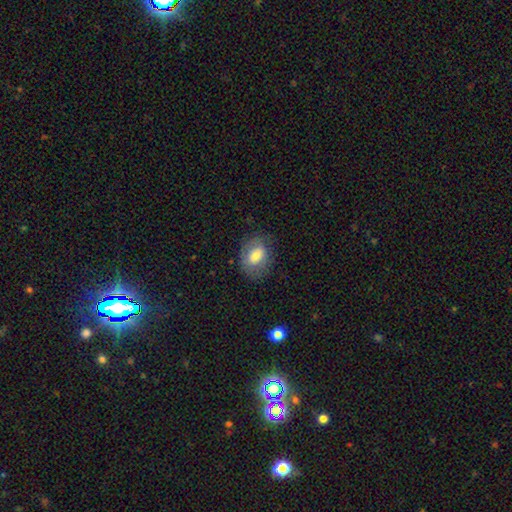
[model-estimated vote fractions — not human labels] smooth_or_featured: smooth (p=0.70) [alt: featured or disk p=0.22]
how_rounded: in between (p=0.69) [alt: round p=0.30]
merging: none (p=0.73) [alt: minor disturbance p=0.18]